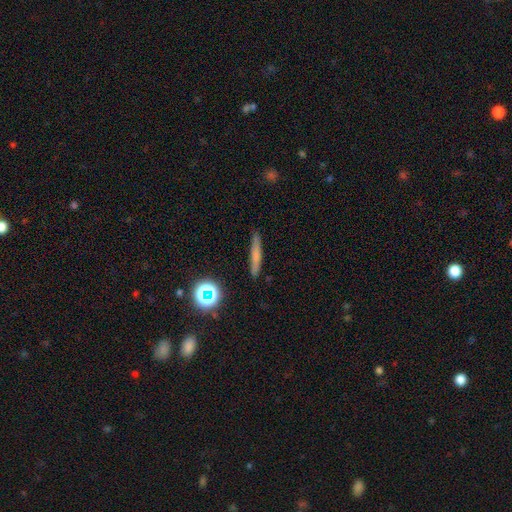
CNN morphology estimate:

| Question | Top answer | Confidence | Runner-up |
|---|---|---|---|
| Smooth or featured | smooth | 61% | featured or disk (26%) |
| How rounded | cigar-shaped | 89% | in between (6%) |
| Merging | none | 87% | minor disturbance (9%) |